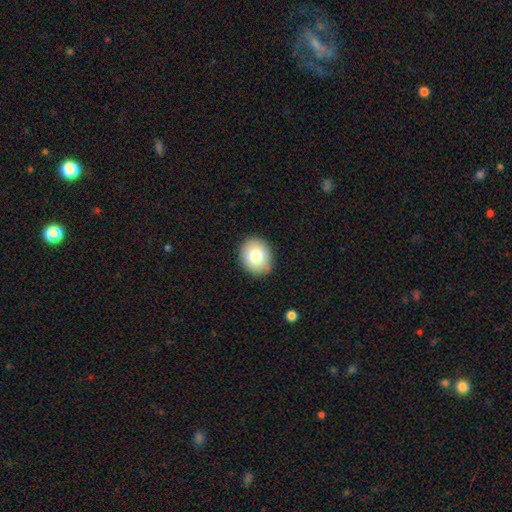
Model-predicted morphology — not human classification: Q: Smooth or featured?
A: smooth (78%); runner-up: featured or disk (13%)
Q: How rounded?
A: round (65%); runner-up: in between (34%)
Q: Merging?
A: none (89%); runner-up: minor disturbance (8%)